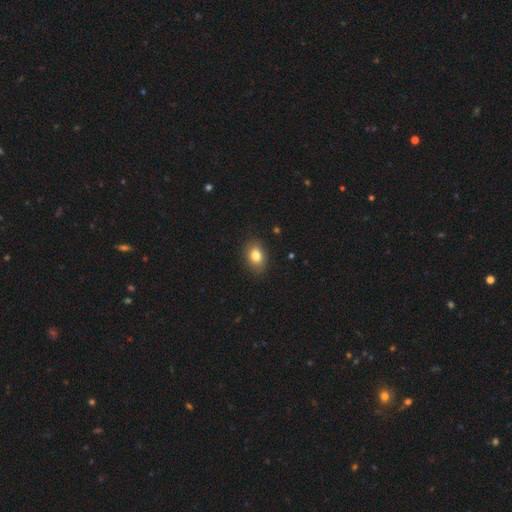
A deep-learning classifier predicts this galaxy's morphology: smooth 82%, featured or disk 9%, star or artifact 9%. Down the decision tree: how rounded — in between (80%); merging — none (86%).